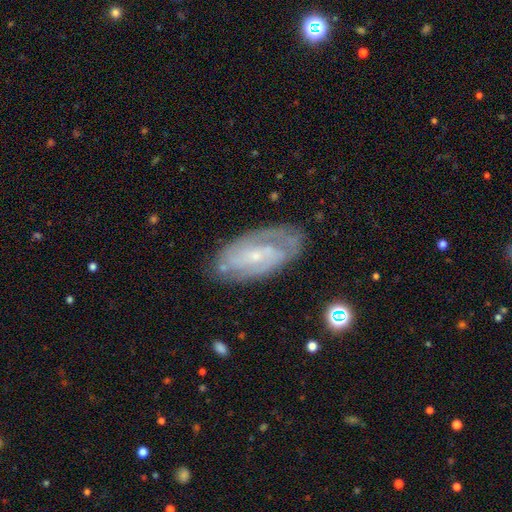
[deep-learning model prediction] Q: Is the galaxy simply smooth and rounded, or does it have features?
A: featured or disk — 80%.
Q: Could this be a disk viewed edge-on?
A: no — 94%.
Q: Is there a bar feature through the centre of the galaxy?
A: no — 50%.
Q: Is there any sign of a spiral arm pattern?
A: yes — 92%.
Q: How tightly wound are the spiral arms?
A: tight — 52%.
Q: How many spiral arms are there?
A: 2 — 52%.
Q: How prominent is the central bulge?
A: small — 76%.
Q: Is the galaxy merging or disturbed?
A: none — 74%.